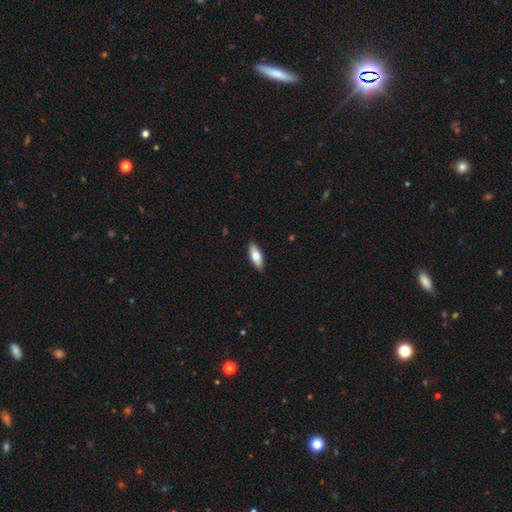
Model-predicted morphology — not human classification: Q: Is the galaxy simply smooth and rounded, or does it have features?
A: smooth — 71%.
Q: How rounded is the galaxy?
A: in between — 75%.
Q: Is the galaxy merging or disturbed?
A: none — 90%.